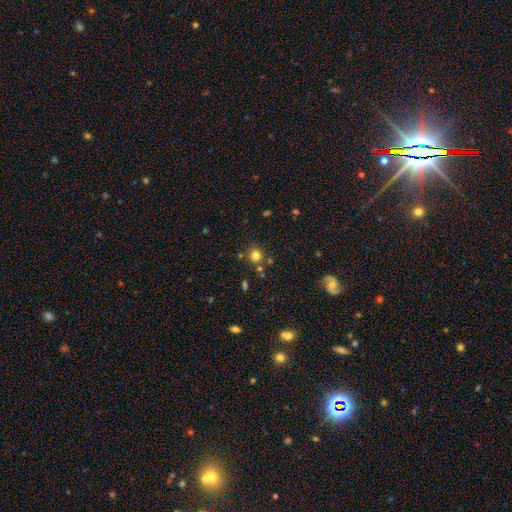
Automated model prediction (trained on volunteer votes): Overall: smooth (77%). How rounded: round (88%). Merging: none (76%).